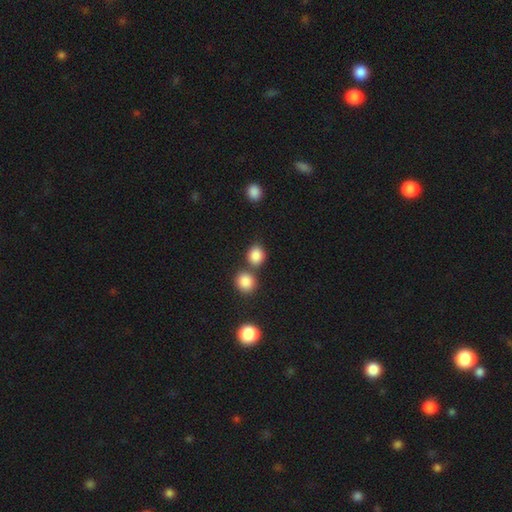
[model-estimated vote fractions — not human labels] Smooth or featured: smooth — 85% (star or artifact — 10%)
How rounded: round — 70% (in between — 29%)
Merging: none — 60% (merger — 27%)